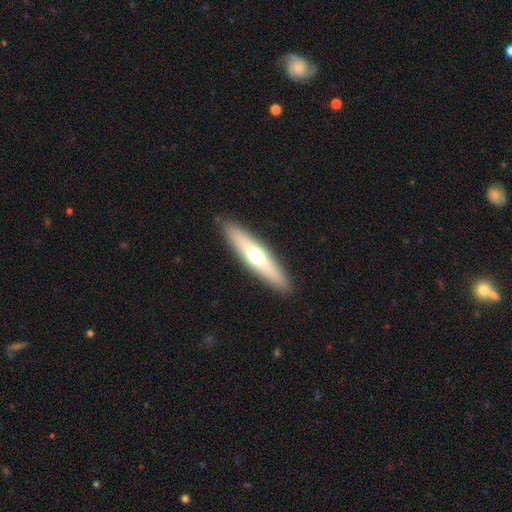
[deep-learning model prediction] Smooth or featured? Predicted: smooth (p=0.49). Merging? Predicted: none (p=0.89).